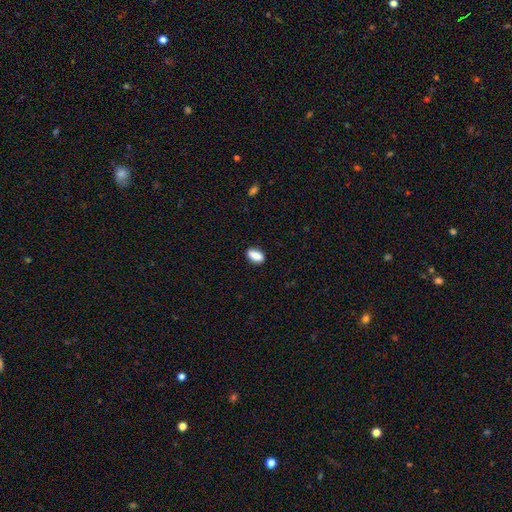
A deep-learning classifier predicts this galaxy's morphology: Smooth or featured? smooth (83%)
How rounded? in between (84%)
Merging? none (85%)